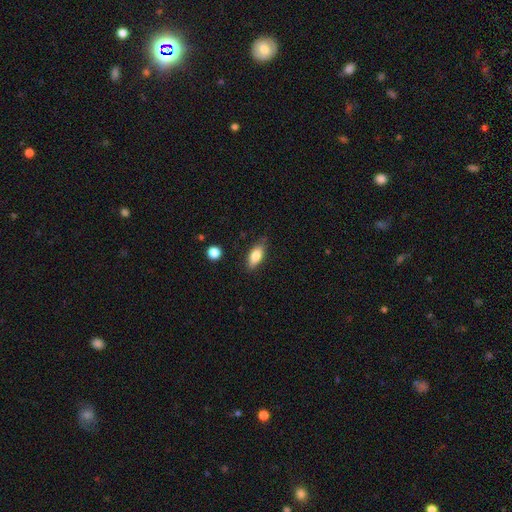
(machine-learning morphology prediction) A smooth galaxy with no disk features (78%) that is in between round and cigar-shaped (81%).

Vote fractions:
- Smooth or featured? smooth: 78% / featured or disk: 15% / star or artifact: 7%
- How rounded? in between: 81% / cigar-shaped: 16% / round: 3%
- Merging? none: 79% / minor disturbance: 16% / major disturbance: 3% / merger: 2%